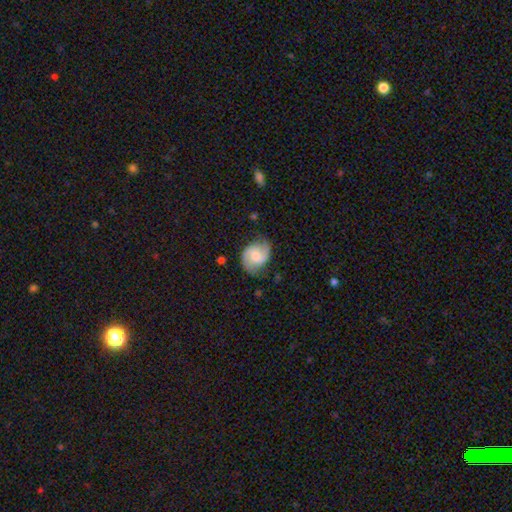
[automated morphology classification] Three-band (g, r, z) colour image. It shows a featured or disk galaxy (74%) with no bar (54%), 2 (90%) medium (51%) spiral arms (96%) and a small central bulge (38%). Merging: none (73%).